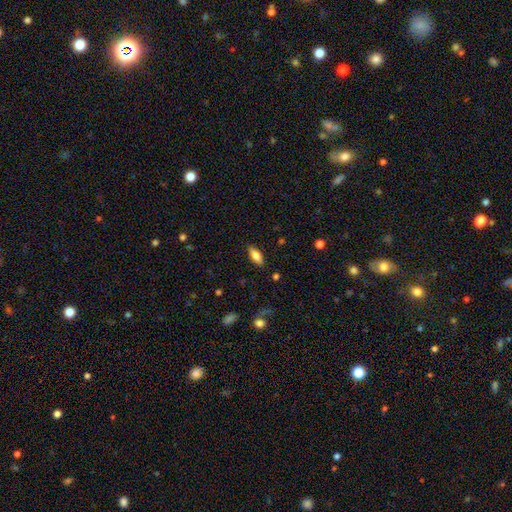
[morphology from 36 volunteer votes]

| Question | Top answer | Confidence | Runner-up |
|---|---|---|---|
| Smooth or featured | smooth | 64% | featured or disk (31%) |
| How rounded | in between | 87% | cigar-shaped (13%) |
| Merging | none | 85% | minor disturbance (9%) |